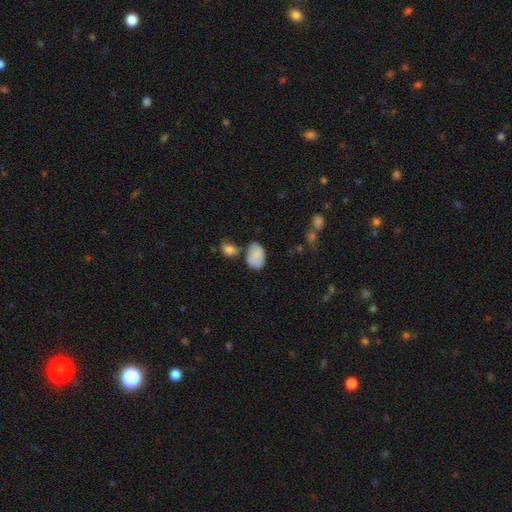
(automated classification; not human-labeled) Morphology: type=smooth (82%); roundness=in between (87%); merging=none (50%).